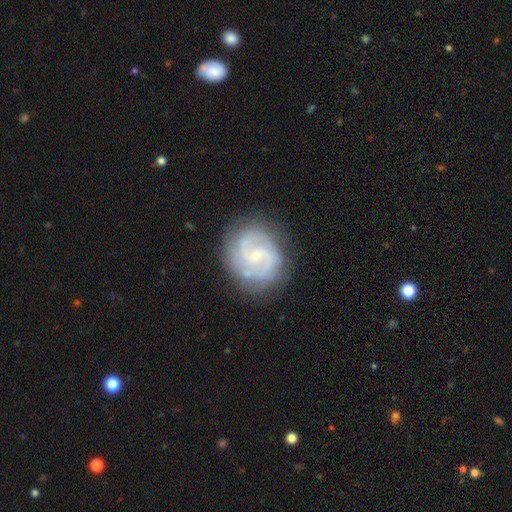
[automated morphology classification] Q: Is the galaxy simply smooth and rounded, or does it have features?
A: featured or disk — 86%.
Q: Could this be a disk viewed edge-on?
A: no — 98%.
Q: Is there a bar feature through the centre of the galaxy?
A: weak — 50%.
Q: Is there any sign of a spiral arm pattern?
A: yes — 97%.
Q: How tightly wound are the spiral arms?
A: medium — 52%.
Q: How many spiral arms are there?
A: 2 — 77%.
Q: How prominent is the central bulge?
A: small — 74%.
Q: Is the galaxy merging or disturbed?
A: none — 80%.